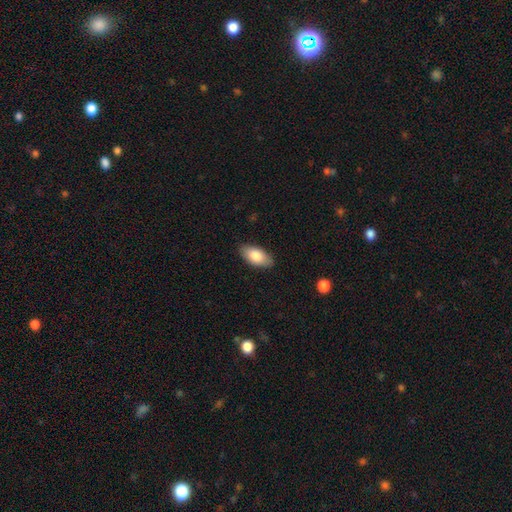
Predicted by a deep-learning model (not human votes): Smooth or featured?
  - smooth: 83% *
  - featured or disk: 11%
  - star or artifact: 6%
How rounded?
  - in between: 92% *
  - cigar-shaped: 5%
  - round: 3%
Merging?
  - none: 86% *
  - minor disturbance: 11%
  - major disturbance: 2%
  - merger: 1%